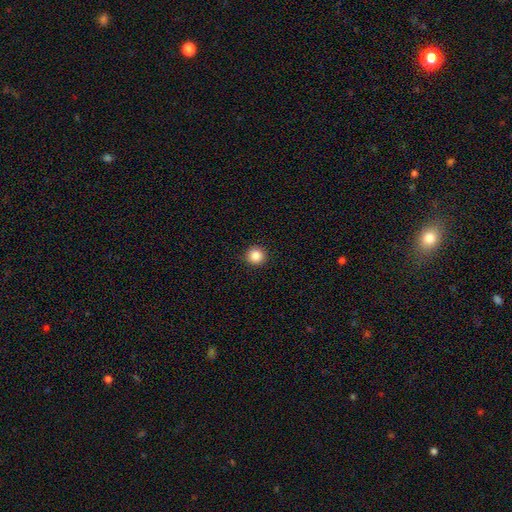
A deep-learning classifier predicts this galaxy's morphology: Smooth or featured? smooth (86%)
How rounded? round (95%)
Merging? none (93%)